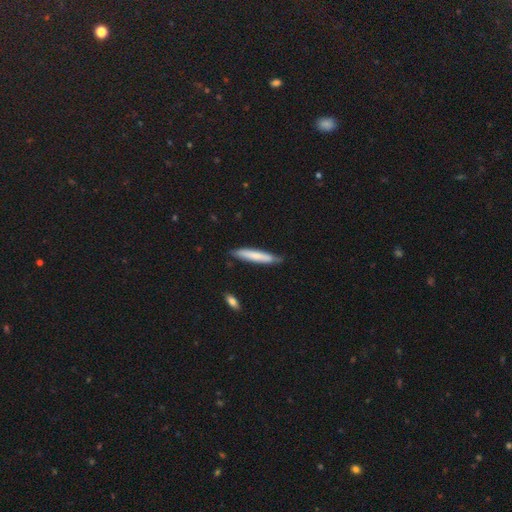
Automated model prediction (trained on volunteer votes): smooth 71%, featured or disk 23%, star or artifact 5%. Down the decision tree: how rounded — cigar-shaped (92%); merging — none (80%).